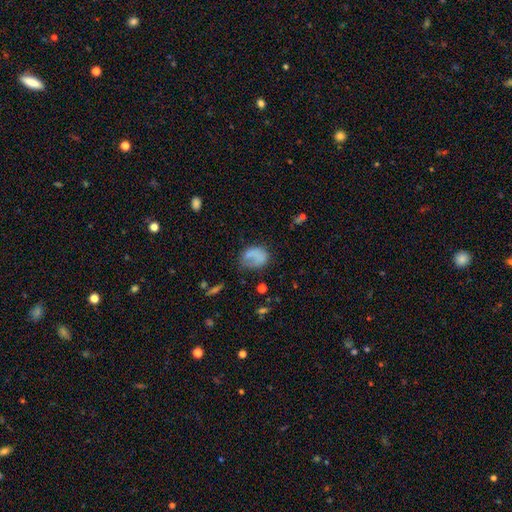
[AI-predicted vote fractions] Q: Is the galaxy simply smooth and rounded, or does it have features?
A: smooth — 71%.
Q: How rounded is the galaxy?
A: in between — 63%.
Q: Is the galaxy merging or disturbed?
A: none — 43%.